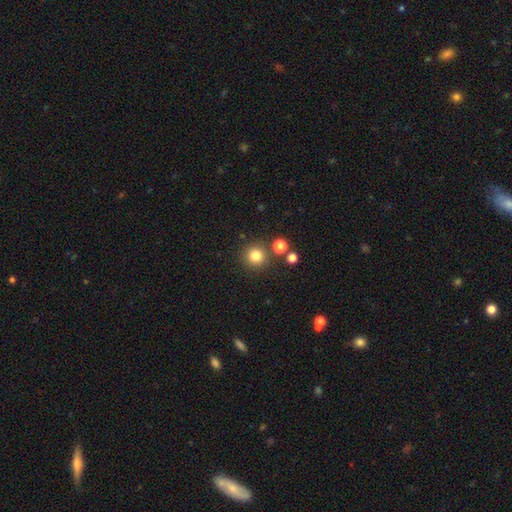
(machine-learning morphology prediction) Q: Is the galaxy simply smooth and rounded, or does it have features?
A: smooth — 81%.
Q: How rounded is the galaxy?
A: round — 94%.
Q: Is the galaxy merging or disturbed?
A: none — 84%.